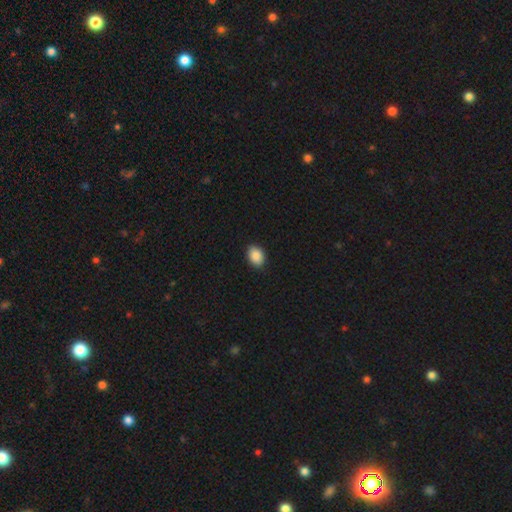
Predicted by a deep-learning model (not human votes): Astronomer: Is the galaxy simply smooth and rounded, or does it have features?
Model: smooth — 88%.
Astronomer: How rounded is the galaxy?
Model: in between — 76%.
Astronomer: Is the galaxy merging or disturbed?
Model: none — 88%.